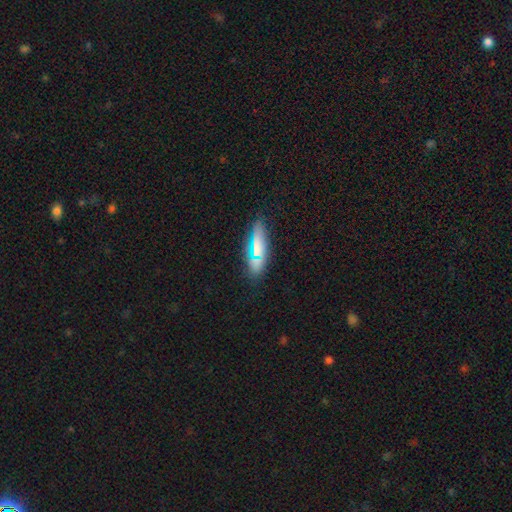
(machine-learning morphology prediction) Smooth or featured? smooth (65%)
How rounded? in between (68%)
Merging? none (81%)